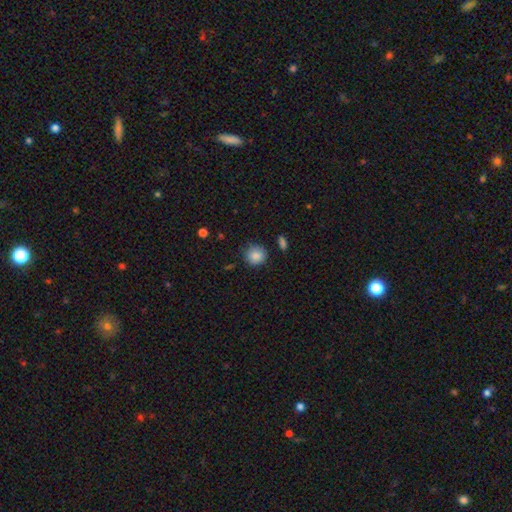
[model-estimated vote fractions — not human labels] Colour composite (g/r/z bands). It shows a smooth galaxy with no disk features (86%) that is round (90%). Merging: none (81%).